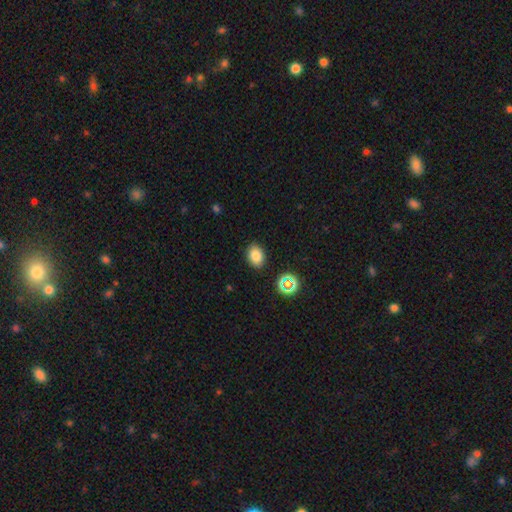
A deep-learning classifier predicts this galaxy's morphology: This appears to be a smooth galaxy with no disk features (80%) that is in between round and cigar-shaped (73%). Merging: none (87%).